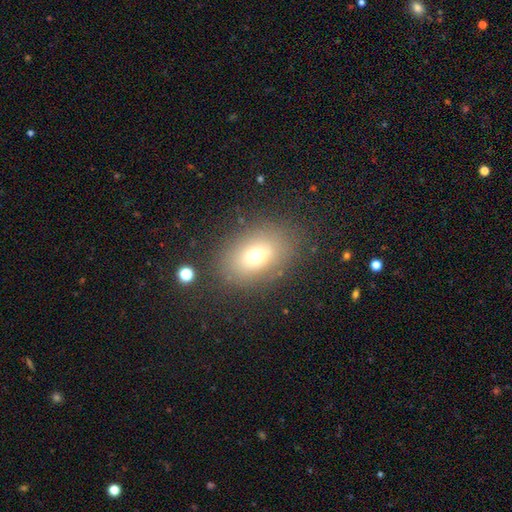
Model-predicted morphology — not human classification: Overall: smooth (68%). How rounded: in between (71%). Merging: none (80%).